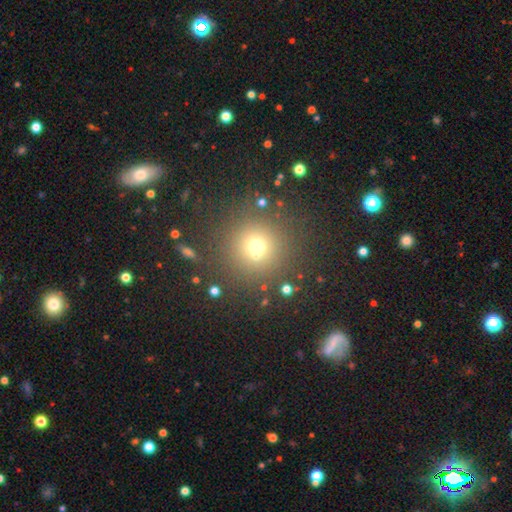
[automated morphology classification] Smooth or featured: smooth — 67% (star or artifact — 23%)
How rounded: round — 93% (in between — 6%)
Merging: none — 76% (merger — 11%)